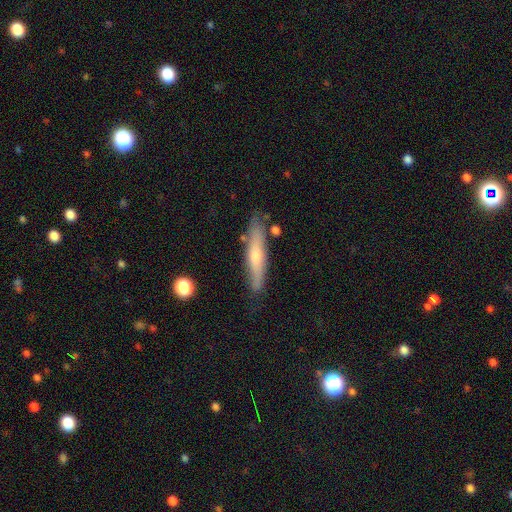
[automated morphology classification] Smooth or featured: smooth — 51% (featured or disk — 42%)
How rounded: cigar-shaped — 88% (in between — 11%)
Merging: none — 78% (minor disturbance — 15%)